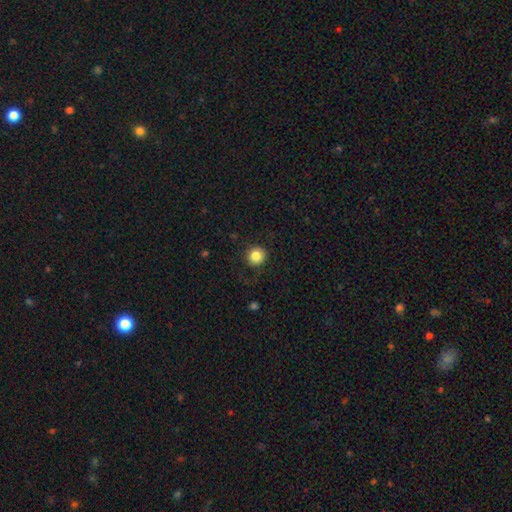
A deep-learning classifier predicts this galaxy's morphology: Overall: smooth (84%). How rounded: round (92%). Merging: none (88%).